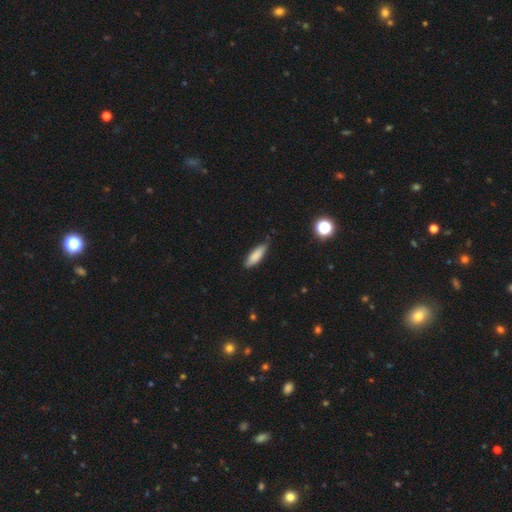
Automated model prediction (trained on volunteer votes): smooth 83%, featured or disk 10%, star or artifact 7%. Down the decision tree: how rounded — in between (51%); merging — none (71%).